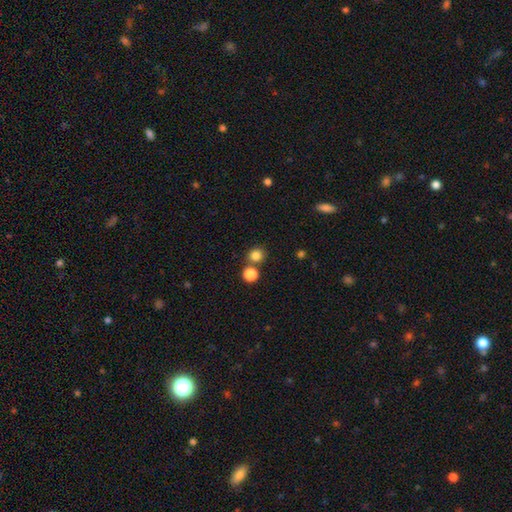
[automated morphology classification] smooth_or_featured: smooth (p=0.82) [alt: star or artifact p=0.13]
how_rounded: round (p=0.89) [alt: in between p=0.11]
merging: none (p=0.71) [alt: merger p=0.19]